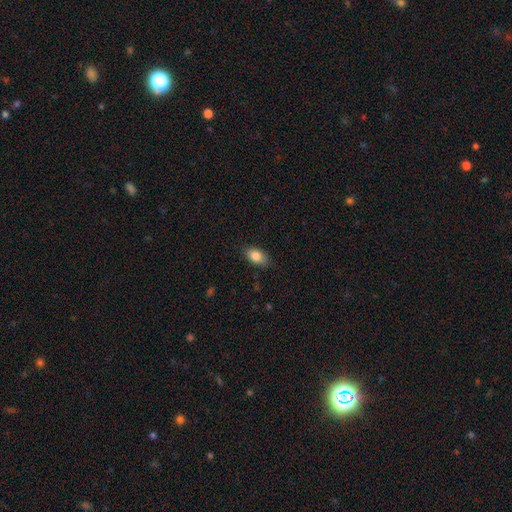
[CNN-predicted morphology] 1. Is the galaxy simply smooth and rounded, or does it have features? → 84% smooth, 8% featured or disk, 8% star or artifact.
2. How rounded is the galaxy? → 90% in between, 8% round, 3% cigar-shaped.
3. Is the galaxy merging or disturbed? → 84% none, 13% minor disturbance, 3% major disturbance, 1% merger.